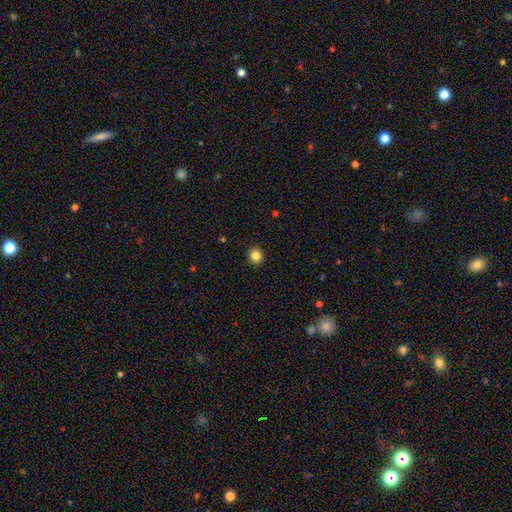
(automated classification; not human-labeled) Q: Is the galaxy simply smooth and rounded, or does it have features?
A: smooth — 84%.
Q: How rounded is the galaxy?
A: round — 90%.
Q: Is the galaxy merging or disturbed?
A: none — 91%.